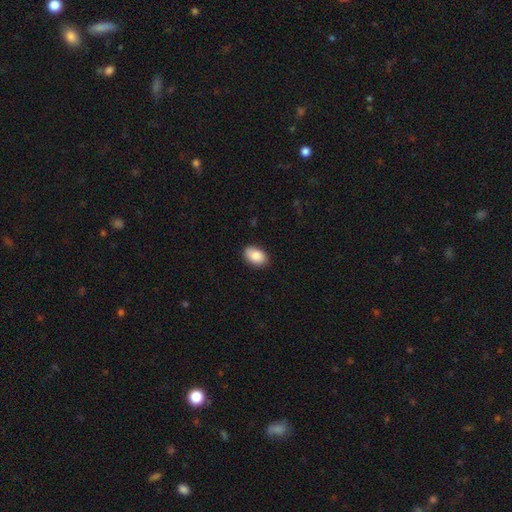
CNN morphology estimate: Smooth or featured? smooth (87%)
How rounded? in between (87%)
Merging? none (85%)